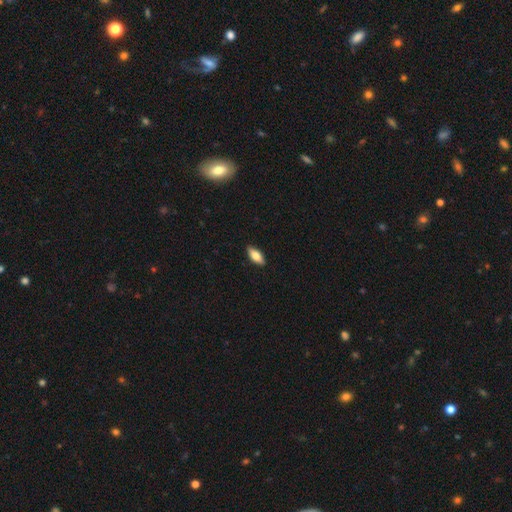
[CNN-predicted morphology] Smooth or featured? Predicted: smooth (p=0.75). How rounded? Predicted: in between (p=0.81). Merging? Predicted: none (p=0.90).